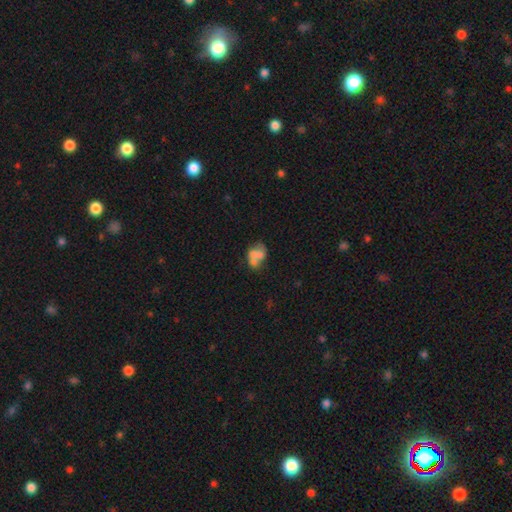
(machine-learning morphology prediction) Smooth or featured: smooth — 53% (featured or disk — 36%)
How rounded: in between — 72% (round — 26%)
Merging: merger — 47% (none — 26%)